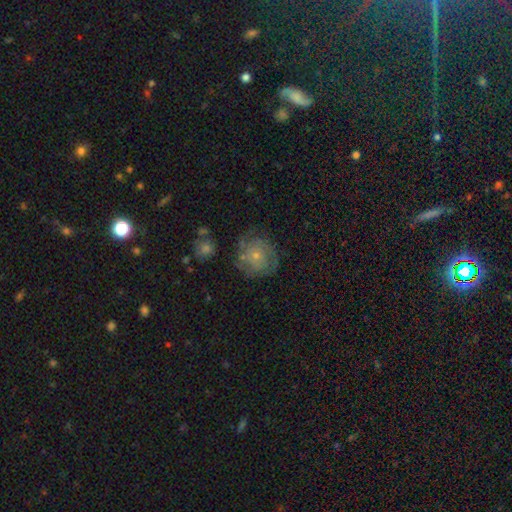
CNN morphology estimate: A featured or disk galaxy (50%). Merging: none (66%).